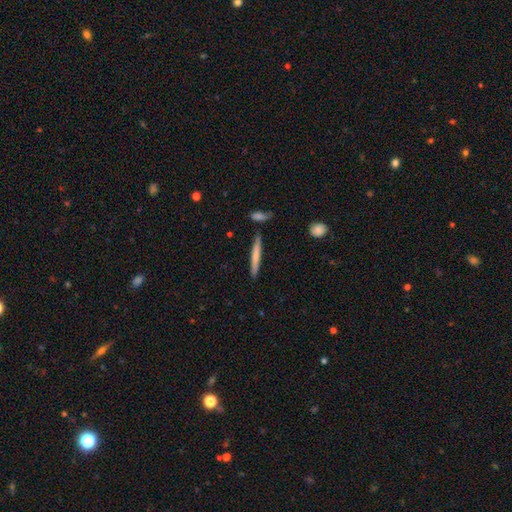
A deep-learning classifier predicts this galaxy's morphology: Q: Smooth or featured?
A: smooth (65%); runner-up: featured or disk (30%)
Q: How rounded?
A: cigar-shaped (95%); runner-up: in between (3%)
Q: Merging?
A: none (85%); runner-up: minor disturbance (9%)